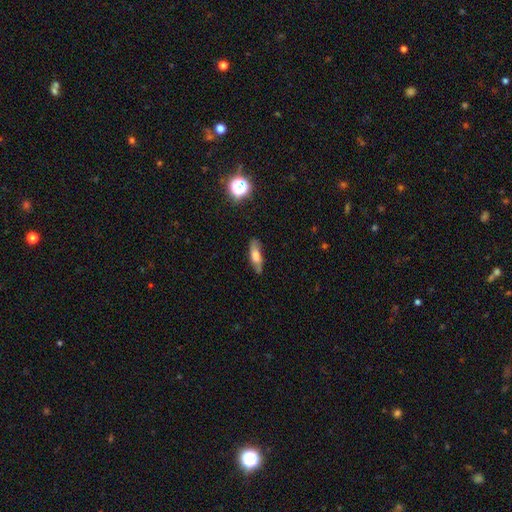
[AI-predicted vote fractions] Smooth or featured? Predicted: smooth (p=0.60). How rounded? Predicted: in between (p=0.53). Merging? Predicted: none (p=0.71).